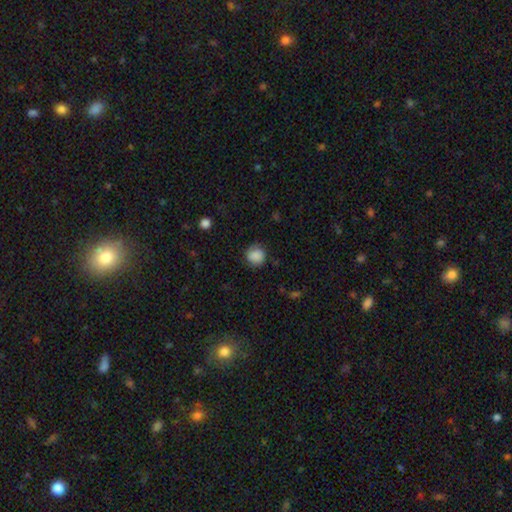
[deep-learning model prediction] smooth-or-featured: smooth: 84% | featured or disk: 8% | star or artifact: 8%
  how-rounded: round: 89% | in between: 10% | cigar-shaped: 1%
  merging: none: 78% | minor disturbance: 16% | major disturbance: 5% | merger: 1%